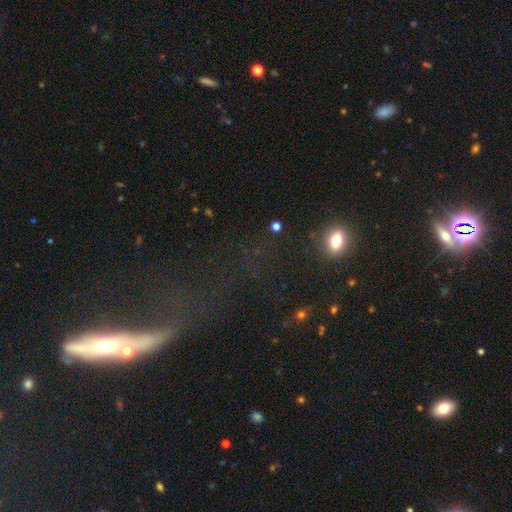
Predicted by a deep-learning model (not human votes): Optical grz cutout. It shows a smooth galaxy with no disk features (41%). Merging: none (30%).